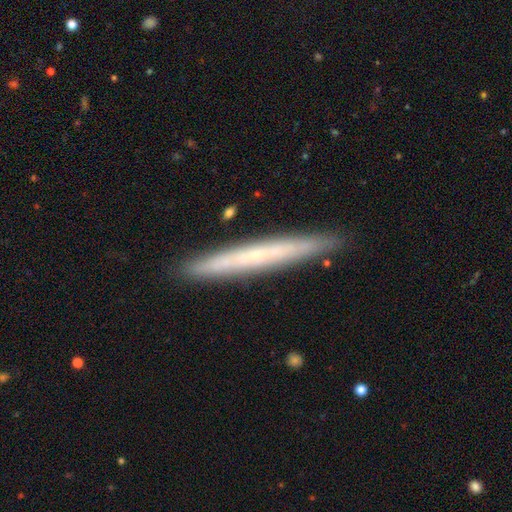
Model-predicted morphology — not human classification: A featured or disk galaxy (52%) viewed edge-on (93%).

Vote fractions:
- Smooth or featured? featured or disk: 52% / smooth: 41% / star or artifact: 6%
- Edge-on disk? yes: 93% / no: 7%
- Merging? none: 90% / minor disturbance: 7% / major disturbance: 1% / merger: 1%